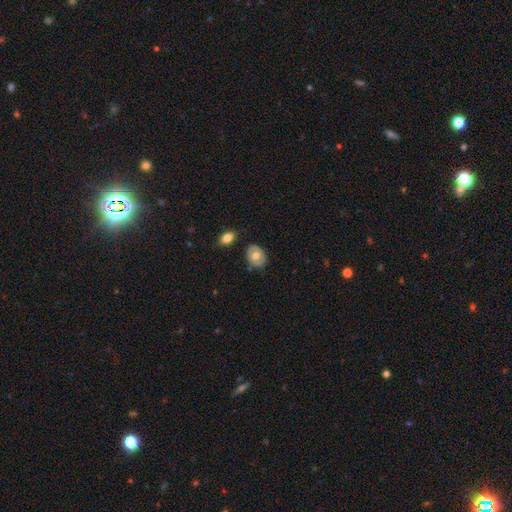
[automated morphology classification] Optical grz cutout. It shows a smooth galaxy with no disk features (56%) that is in between round and cigar-shaped (57%). Merging: none (80%).